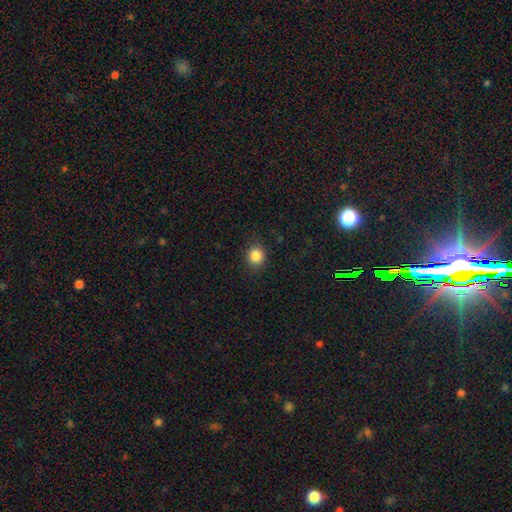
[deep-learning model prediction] Smooth or featured? Predicted: smooth (p=0.85). How rounded? Predicted: round (p=0.84). Merging? Predicted: none (p=0.88).